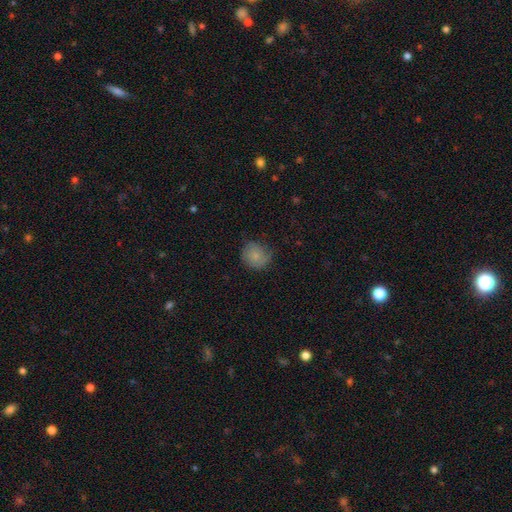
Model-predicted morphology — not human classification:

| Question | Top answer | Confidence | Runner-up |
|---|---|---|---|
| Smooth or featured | smooth | 76% | featured or disk (16%) |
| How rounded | round | 84% | in between (15%) |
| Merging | none | 66% | minor disturbance (26%) |